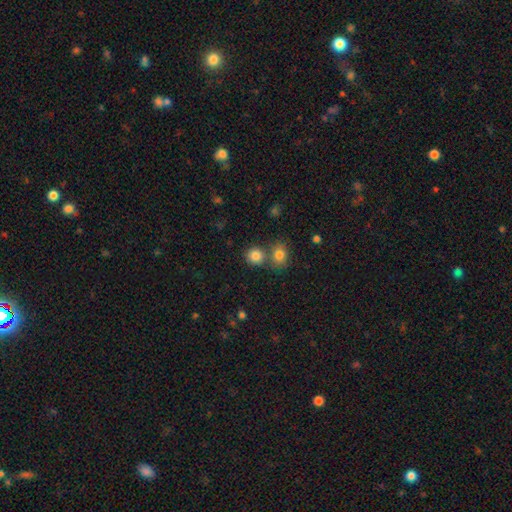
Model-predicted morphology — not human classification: The model was most divided on "merging": none: 61%, merger: 28%, minor disturbance: 8%, major disturbance: 3%. More confident: how rounded — round (84%); smooth or featured — smooth (83%).